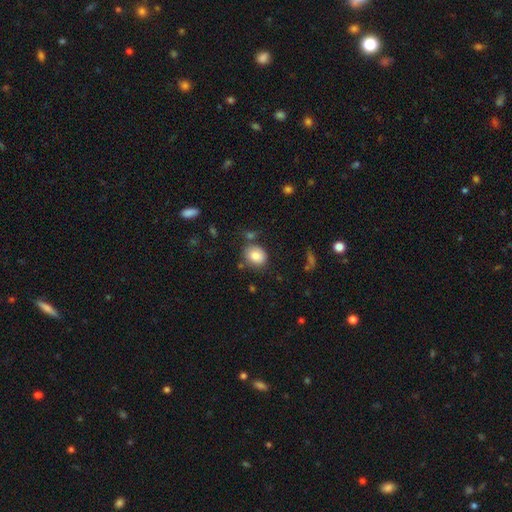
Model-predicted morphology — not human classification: A smooth galaxy with no disk features (84%) that is round (53%). Merging: none (73%).